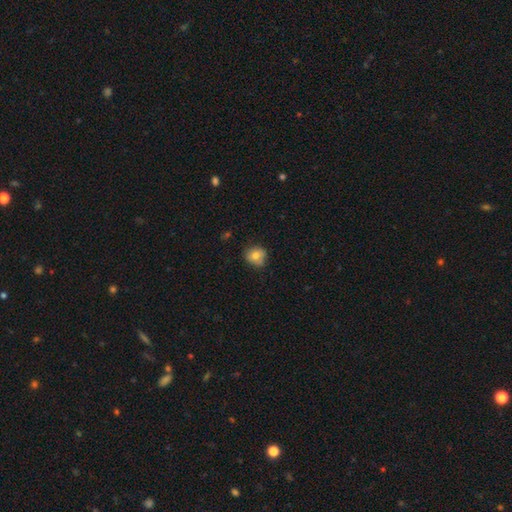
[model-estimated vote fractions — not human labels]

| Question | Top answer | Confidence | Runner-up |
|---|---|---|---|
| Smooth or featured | smooth | 74% | featured or disk (16%) |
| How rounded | round | 78% | in between (21%) |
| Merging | none | 69% | minor disturbance (24%) |